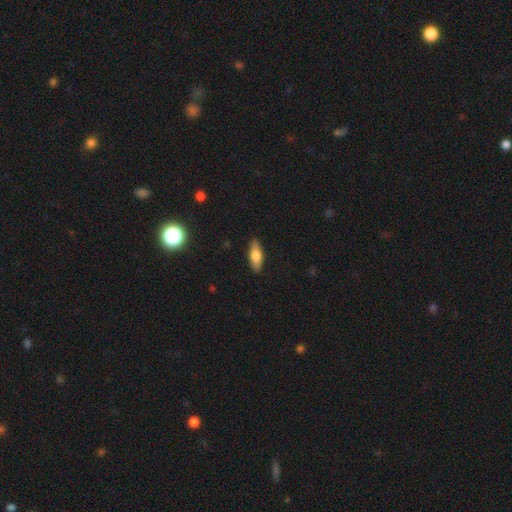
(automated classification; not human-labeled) Smooth or featured: smooth — 65% (featured or disk — 28%)
How rounded: in between — 64% (cigar-shaped — 33%)
Merging: none — 88% (minor disturbance — 9%)